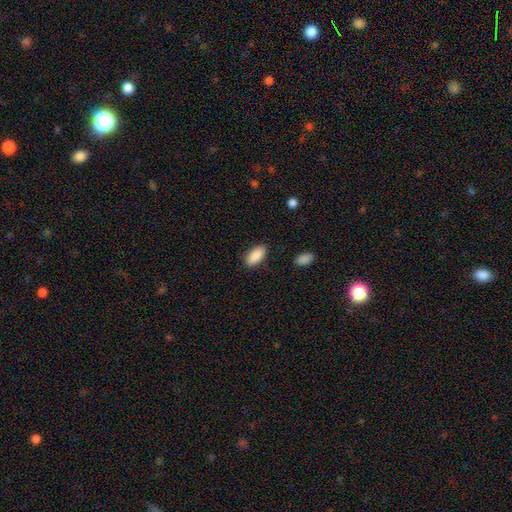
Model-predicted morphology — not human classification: type=smooth (90%); roundness=in between (89%); merging=none (86%).